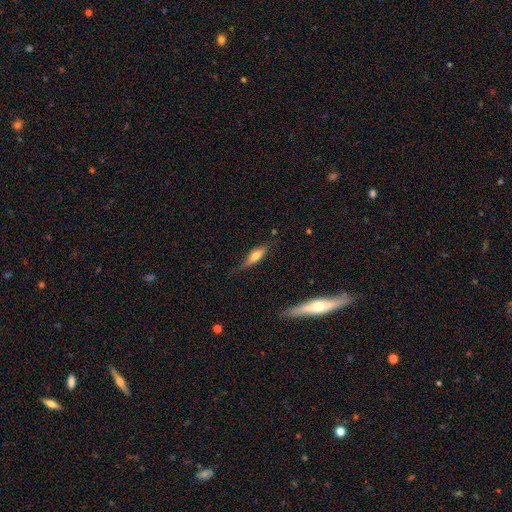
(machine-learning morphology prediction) The model was most divided on "smooth or featured": smooth: 53%, featured or disk: 40%, star or artifact: 7%. More confident: merging — none (69%); how rounded — cigar-shaped (59%).